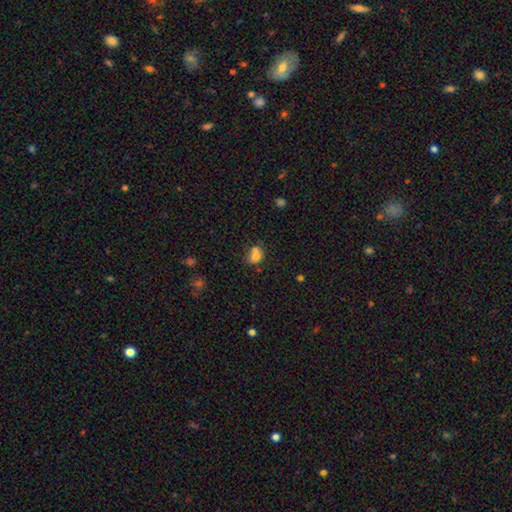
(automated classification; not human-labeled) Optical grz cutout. It shows a smooth galaxy with no disk features (73%) that is round (51%). Merging: merger (42%).